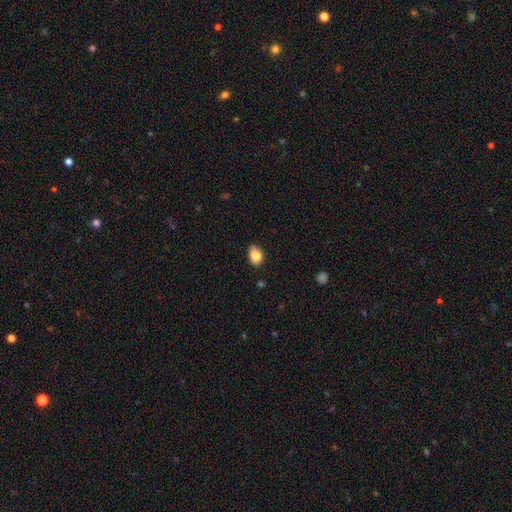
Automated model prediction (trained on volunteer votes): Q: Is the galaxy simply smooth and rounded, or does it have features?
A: smooth — 85%.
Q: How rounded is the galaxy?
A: in between — 69%.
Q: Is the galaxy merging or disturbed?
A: none — 67%.